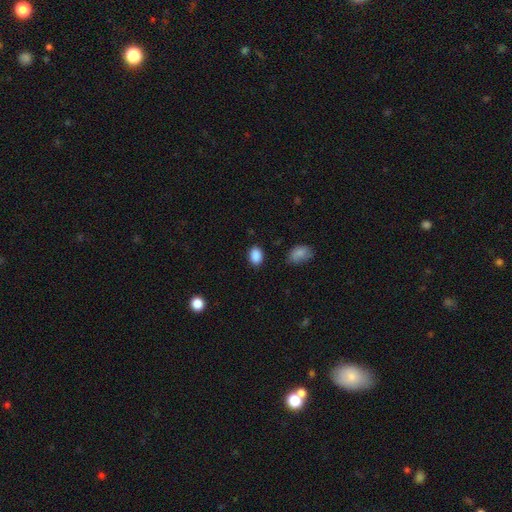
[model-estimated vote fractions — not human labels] Overall: smooth (88%). How rounded: in between (81%). Merging: none (84%).